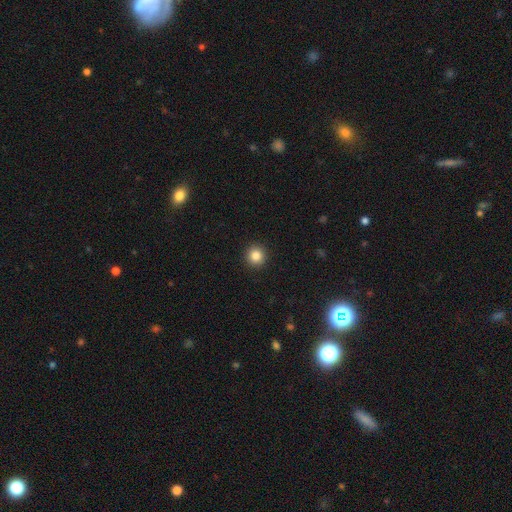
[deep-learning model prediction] smooth 85%, star or artifact 10%, featured or disk 5%. Down the decision tree: how rounded — round (94%); merging — none (93%).